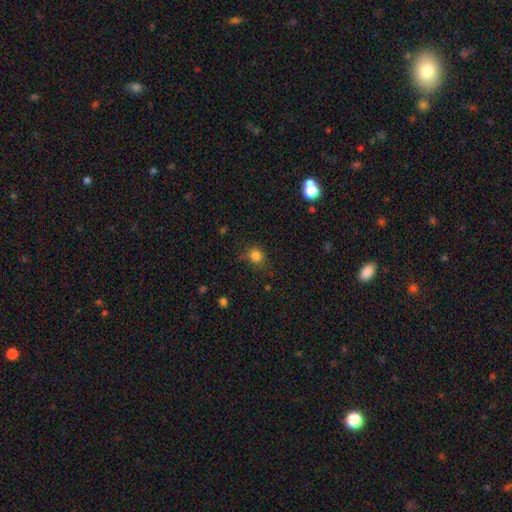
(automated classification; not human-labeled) This appears to be a smooth galaxy with no disk features (82%) that is round (86%). Merging: none (75%).